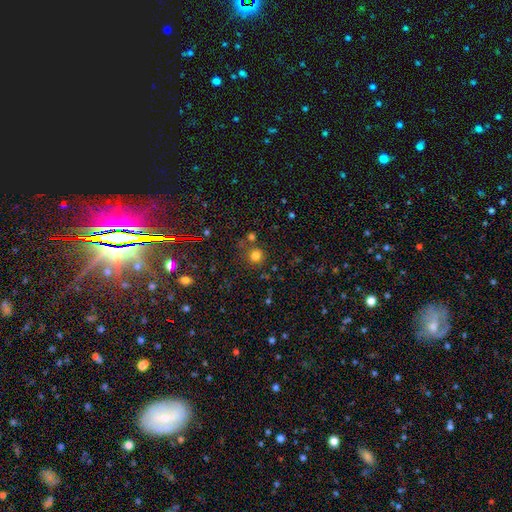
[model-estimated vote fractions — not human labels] This is likely a smooth galaxy (77%). How rounded: clearly round (92%). Merging: likely none (74%).